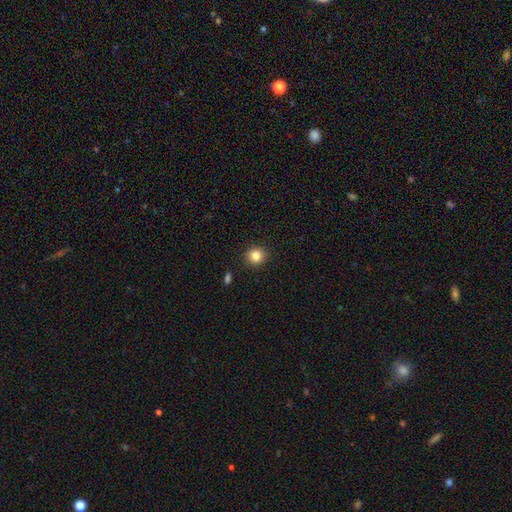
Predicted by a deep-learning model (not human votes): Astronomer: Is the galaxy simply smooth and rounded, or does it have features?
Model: smooth — 83%.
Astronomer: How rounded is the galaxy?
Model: round — 90%.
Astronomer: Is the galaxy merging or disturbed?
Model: none — 91%.